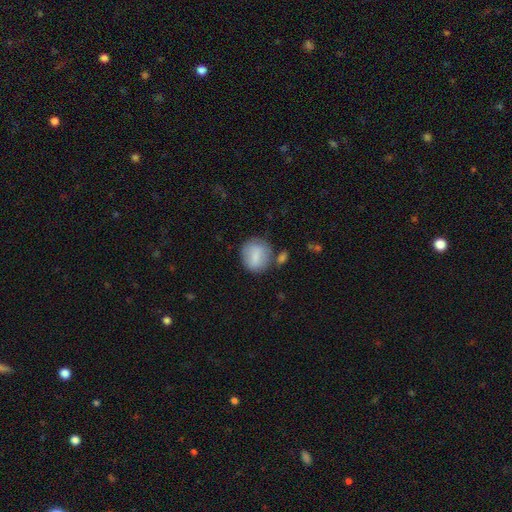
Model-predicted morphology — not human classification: smooth 77%, featured or disk 16%, star or artifact 7%. Down the decision tree: how rounded — round (72%); merging — none (64%).